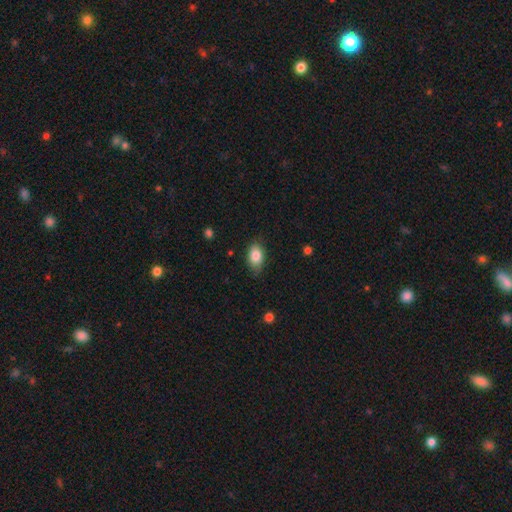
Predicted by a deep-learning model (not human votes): Morphology: type=smooth (84%); roundness=in between (85%); merging=none (77%).